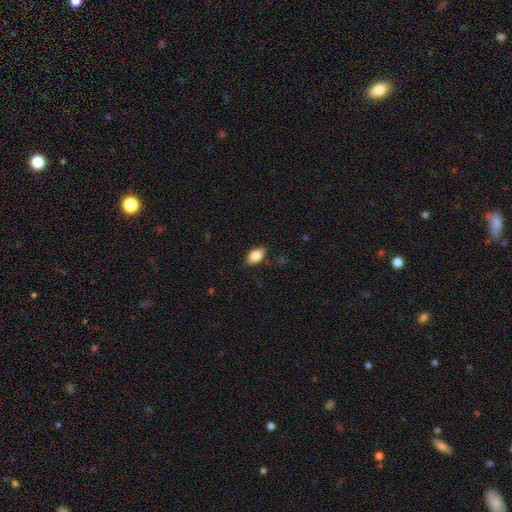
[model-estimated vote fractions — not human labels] smooth-or-featured: smooth: 84% | featured or disk: 9% | star or artifact: 7%
  how-rounded: in between: 91% | round: 7% | cigar-shaped: 3%
  merging: none: 84% | minor disturbance: 13% | major disturbance: 3% | merger: 1%